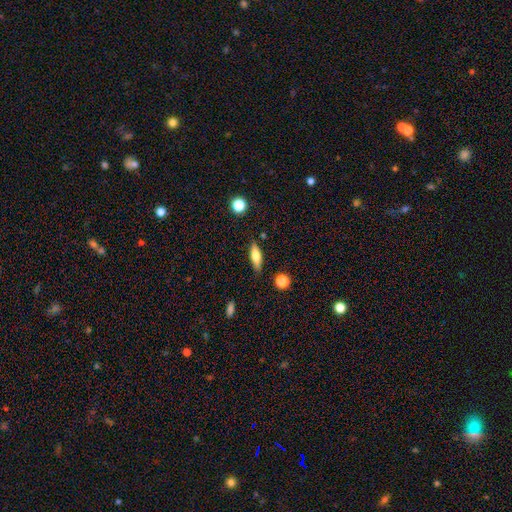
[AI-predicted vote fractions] This appears to be a smooth galaxy with no disk features (65%) that is cigar-shaped (49%). Merging: none (85%).